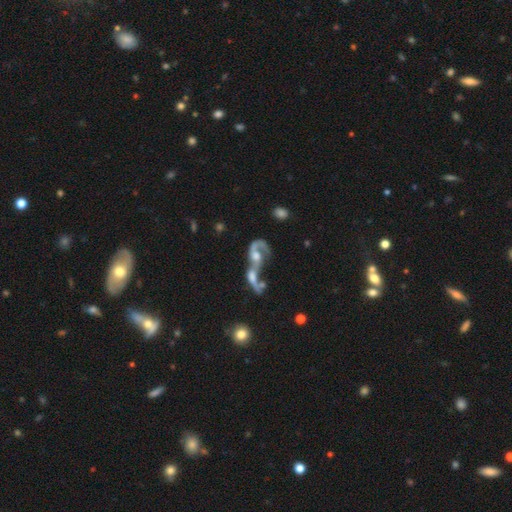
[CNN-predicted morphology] Smooth or featured?
  - featured or disk: 71% *
  - smooth: 18%
  - star or artifact: 11%
Edge-on disk?
  - no: 93% *
  - yes: 7%
Bar?
  - no: 66% *
  - weak: 25%
  - strong: 9%
Spiral arms?
  - yes: 74% *
  - no: 26%
Bulge size?
  - moderate: 50% *
  - small: 23%
  - large: 14%
  - none: 10%
  - dominant: 3%
Merging?
  - merger: 69% *
  - major disturbance: 13%
  - none: 12%
  - minor disturbance: 6%